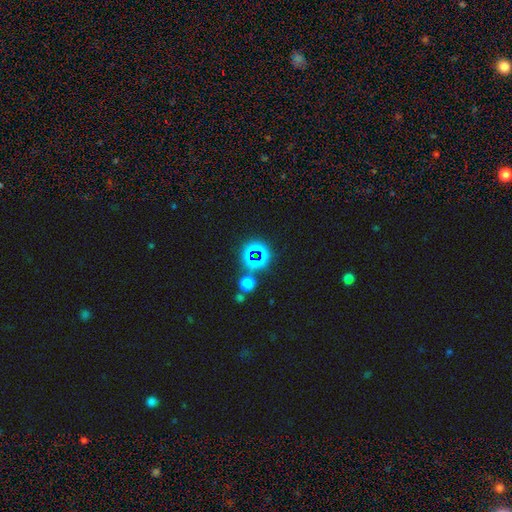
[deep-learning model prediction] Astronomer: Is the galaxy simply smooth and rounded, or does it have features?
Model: star or artifact — 61%.